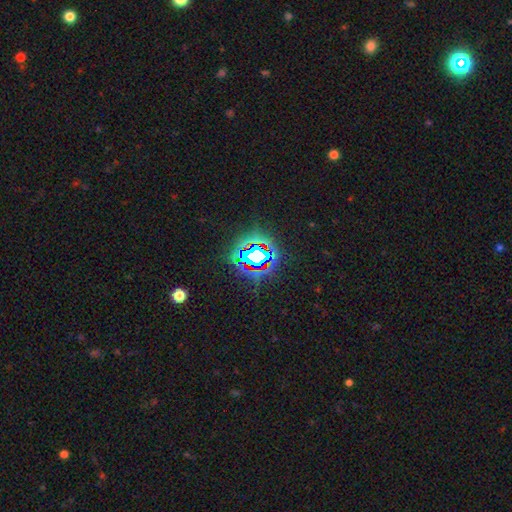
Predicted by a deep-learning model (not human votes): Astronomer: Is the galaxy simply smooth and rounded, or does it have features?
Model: star or artifact — 75%.